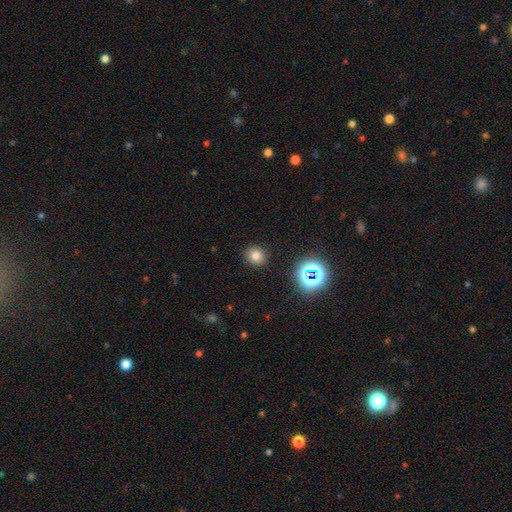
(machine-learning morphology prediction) Smooth or featured? Predicted: smooth (p=0.75). How rounded? Predicted: round (p=0.80). Merging? Predicted: none (p=0.89).